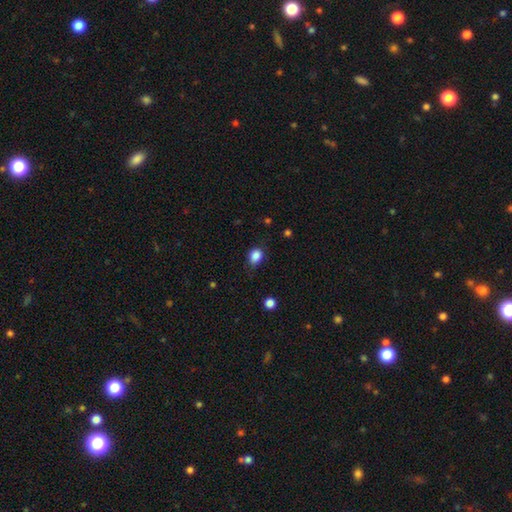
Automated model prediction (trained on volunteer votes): Q: Smooth or featured?
A: smooth (86%); runner-up: star or artifact (10%)
Q: How rounded?
A: in between (56%); runner-up: round (43%)
Q: Merging?
A: none (74%); runner-up: minor disturbance (21%)